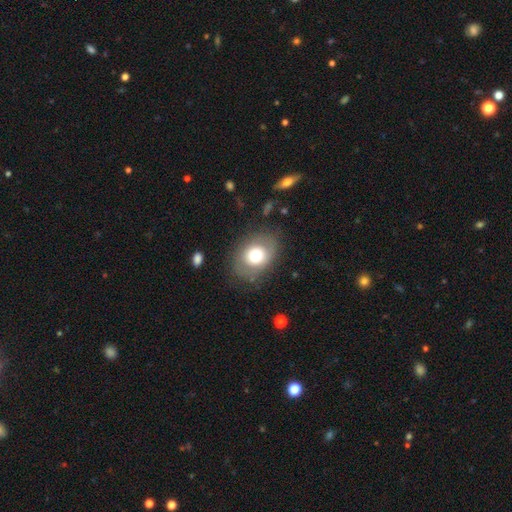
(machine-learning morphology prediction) This is likely a smooth galaxy (66%). How rounded: possibly in between (60%). Merging: likely none (77%).